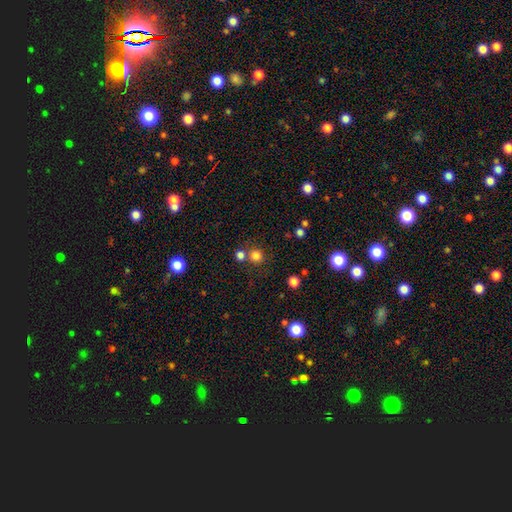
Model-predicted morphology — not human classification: A smooth galaxy with no disk features (79%) that is round (91%). Merging: none (68%).